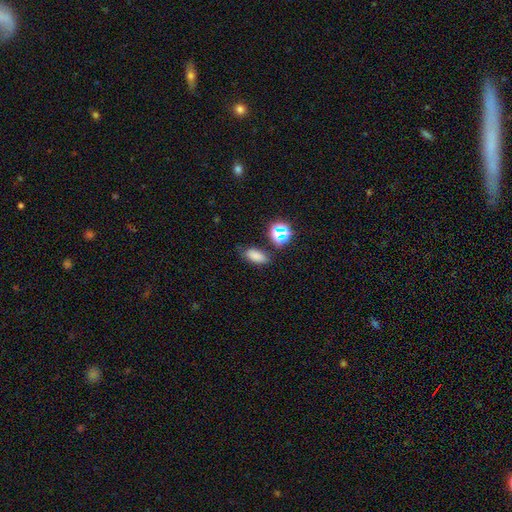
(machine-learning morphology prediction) smooth 76%, star or artifact 17%, featured or disk 7%. Down the decision tree: how rounded — in between (85%); merging — none (75%).